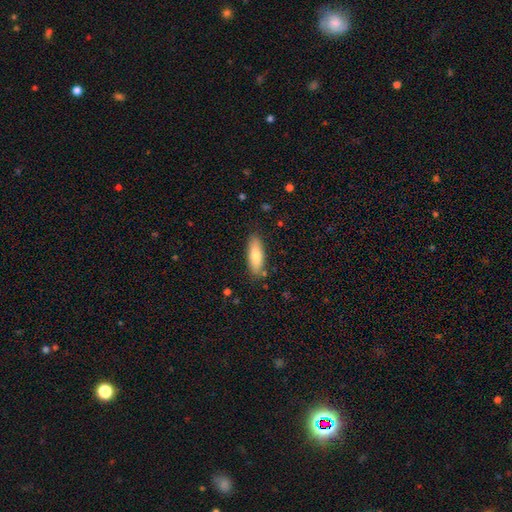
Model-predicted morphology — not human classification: This is likely a smooth galaxy (76%). How rounded: possibly in between (57%). Merging: clearly none (85%).